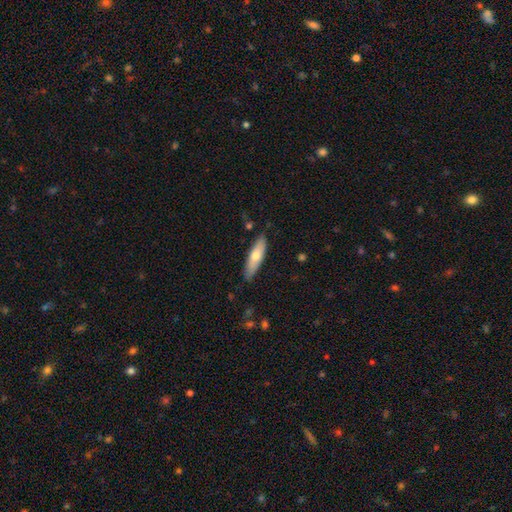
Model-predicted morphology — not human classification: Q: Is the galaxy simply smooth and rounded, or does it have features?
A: smooth — 63%.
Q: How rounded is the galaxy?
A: cigar-shaped — 61%.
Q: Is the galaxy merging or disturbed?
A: none — 85%.